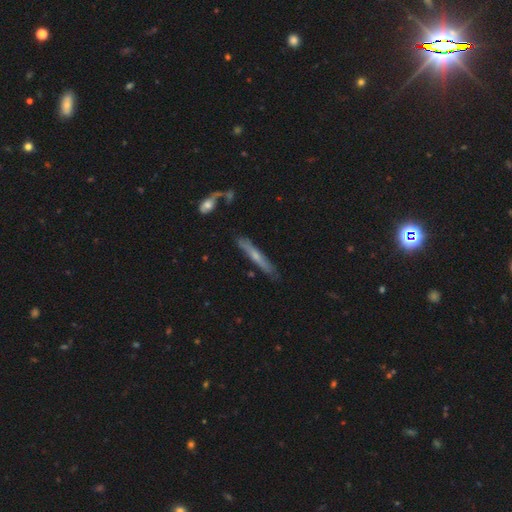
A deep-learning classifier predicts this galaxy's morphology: This is possibly a featured or disk galaxy (53%). It is clearly viewed edge-on (89%). Merging: clearly none (81%).